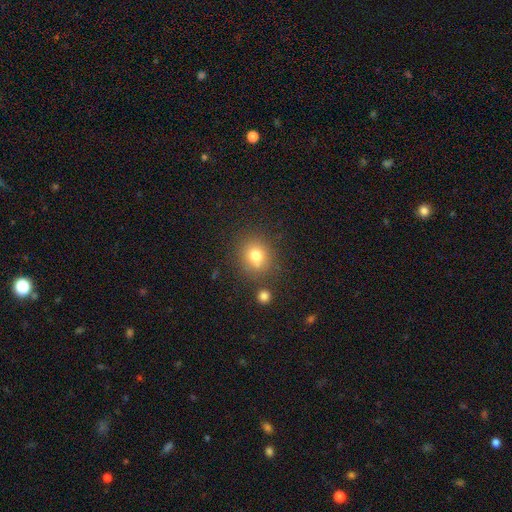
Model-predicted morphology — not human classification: A smooth galaxy with no disk features (75%) that is round (79%). Merging: none (72%).